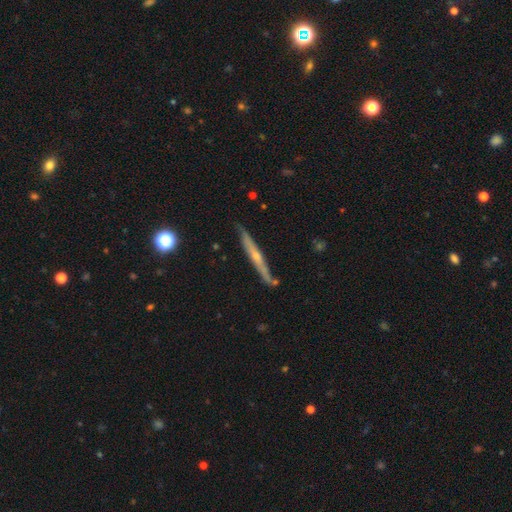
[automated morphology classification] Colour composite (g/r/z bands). It shows a featured or disk galaxy (70%) viewed edge-on (95%) with a rounded central bulge (75%). Merging: none (84%).